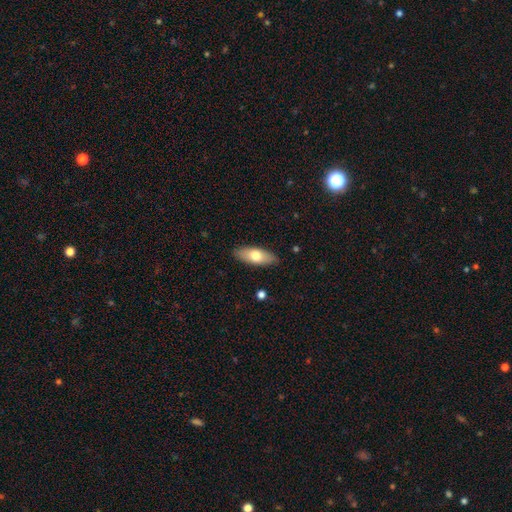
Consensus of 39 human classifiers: Smooth or featured?
  - smooth: 62% *
  - featured or disk: 36%
  - star or artifact: 3%
How rounded?
  - in between: 88% *
  - cigar-shaped: 12%
  - round: 0%
Merging?
  - none: 87% *
  - minor disturbance: 11%
  - merger: 3%
  - major disturbance: 0%